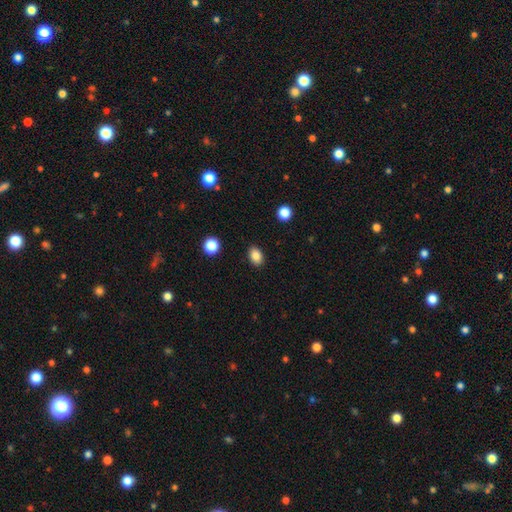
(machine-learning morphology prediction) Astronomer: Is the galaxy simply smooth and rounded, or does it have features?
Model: smooth — 86%.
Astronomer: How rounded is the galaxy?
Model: in between — 79%.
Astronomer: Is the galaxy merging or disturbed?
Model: none — 88%.